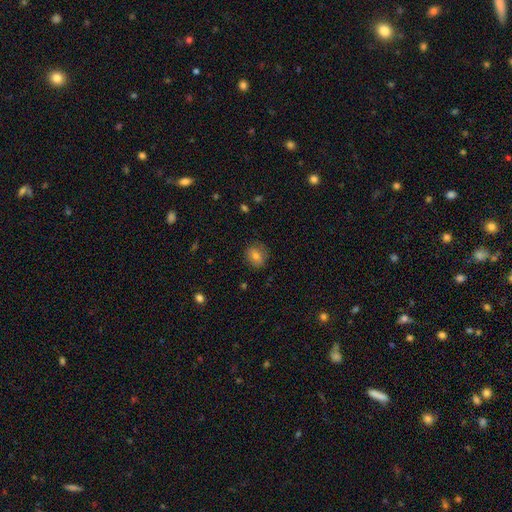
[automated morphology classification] Smooth or featured: smooth — 74% (featured or disk — 14%)
How rounded: round — 64% (in between — 35%)
Merging: none — 82% (minor disturbance — 13%)